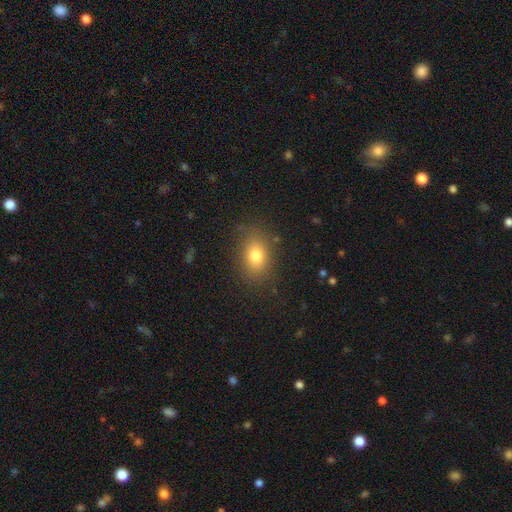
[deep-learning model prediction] Morphology: type=smooth (78%); roundness=in between (74%); merging=none (84%).